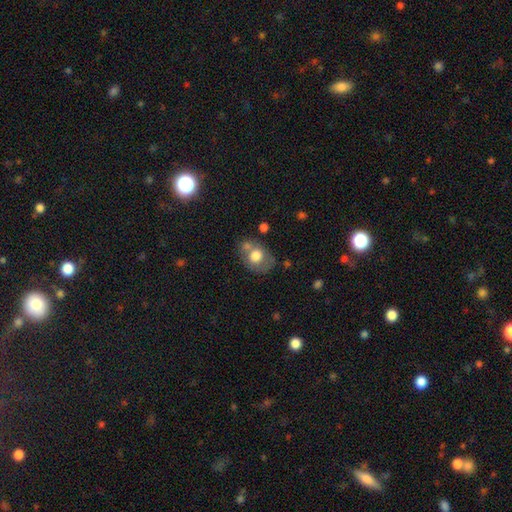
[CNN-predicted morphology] Overall: smooth (70%). How rounded: in between (50%; round 49%). Merging: none (47%; merger 22%).